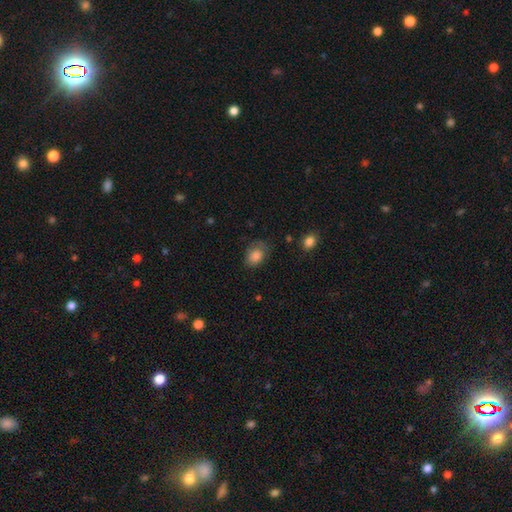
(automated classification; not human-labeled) This is clearly a smooth galaxy (84%). How rounded: likely in between (70%). Merging: likely none (62%).